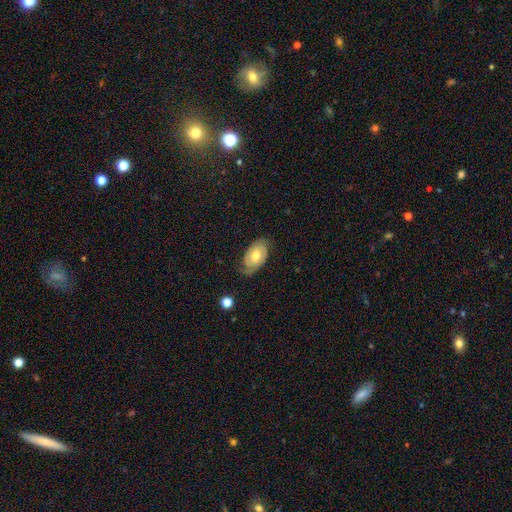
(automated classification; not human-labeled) Q: Smooth or featured?
A: featured or disk (67%); runner-up: smooth (27%)
Q: Edge-on disk?
A: no (95%); runner-up: yes (5%)
Q: Bar?
A: no (66%); runner-up: weak (28%)
Q: Spiral arms?
A: yes (87%); runner-up: no (13%)
Q: Spiral winding?
A: tight (58%); runner-up: medium (31%)
Q: Spiral arm count?
A: 2 (72%); runner-up: can't tell (15%)
Q: Bulge size?
A: moderate (72%); runner-up: small (16%)
Q: Merging?
A: none (70%); runner-up: minor disturbance (21%)